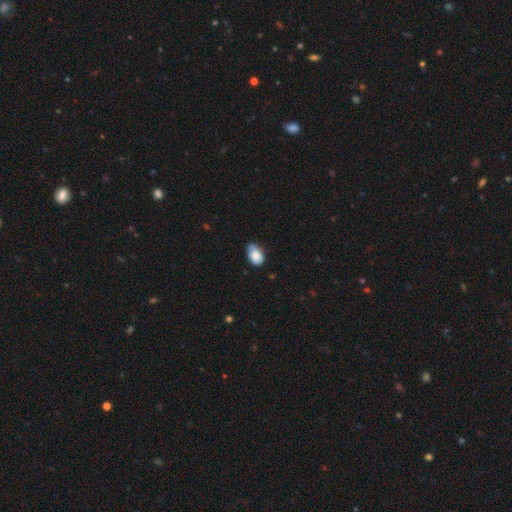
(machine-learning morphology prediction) This is likely a smooth galaxy (80%). How rounded: clearly in between (90%). Merging: possibly none (58%).